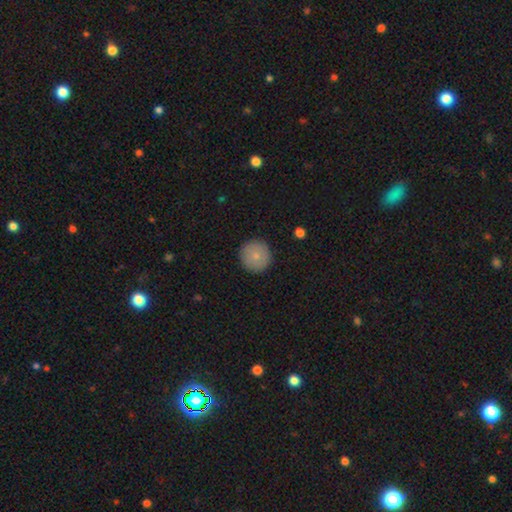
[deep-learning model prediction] Q: Smooth or featured?
A: smooth (77%); runner-up: featured or disk (16%)
Q: How rounded?
A: round (95%); runner-up: in between (4%)
Q: Merging?
A: none (91%); runner-up: minor disturbance (6%)